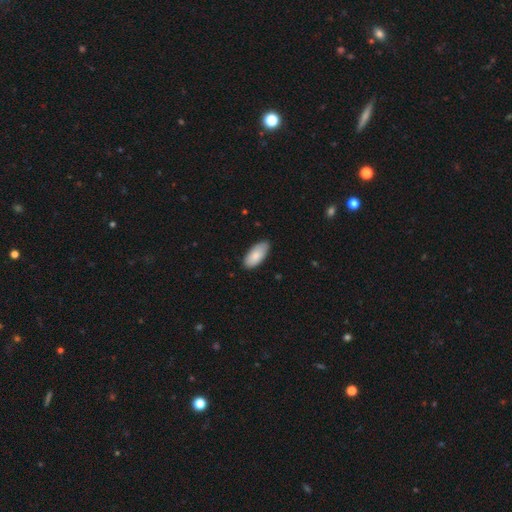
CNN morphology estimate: Smooth or featured?
  - smooth: 85% *
  - featured or disk: 9%
  - star or artifact: 6%
How rounded?
  - in between: 92% *
  - cigar-shaped: 6%
  - round: 2%
Merging?
  - none: 83% *
  - minor disturbance: 14%
  - major disturbance: 2%
  - merger: 1%